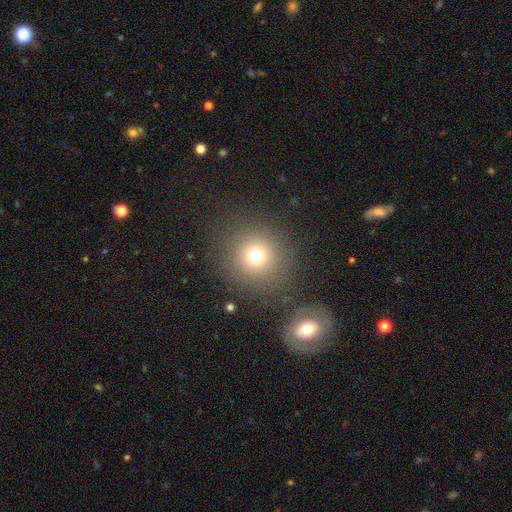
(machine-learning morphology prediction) A smooth galaxy with no disk features (72%) that is round (91%).

Vote fractions:
- Smooth or featured? smooth: 72% / star or artifact: 18% / featured or disk: 10%
- How rounded? round: 91% / in between: 8% / cigar-shaped: 1%
- Merging? none: 84% / minor disturbance: 8% / major disturbance: 5% / merger: 3%